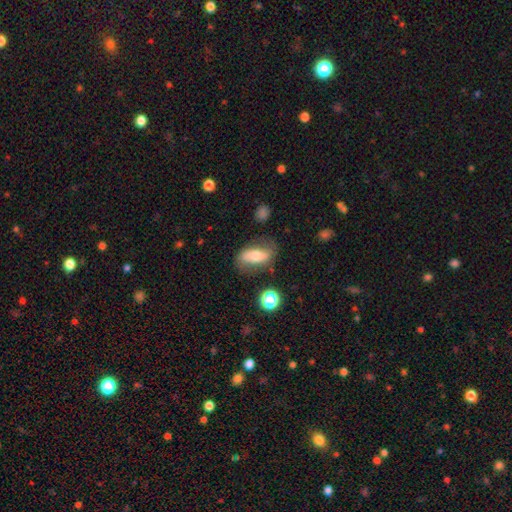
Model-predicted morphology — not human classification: Smooth or featured? Predicted: smooth (p=0.48). Merging? Predicted: none (p=0.68).